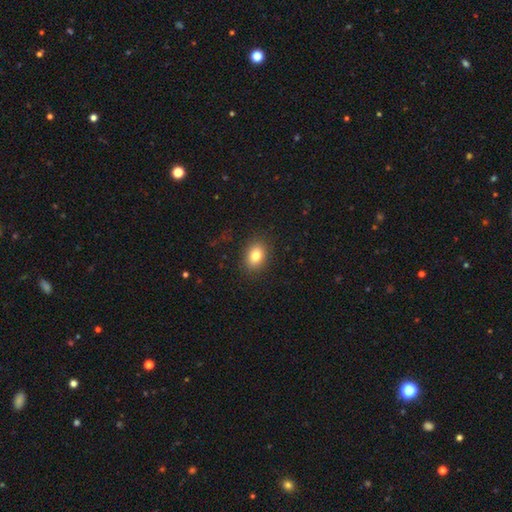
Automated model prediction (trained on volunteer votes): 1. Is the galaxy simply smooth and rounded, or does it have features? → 82% smooth, 10% star or artifact, 8% featured or disk.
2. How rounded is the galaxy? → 70% in between, 28% round, 1% cigar-shaped.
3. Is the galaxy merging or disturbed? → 88% none, 9% minor disturbance, 3% major disturbance, 1% merger.